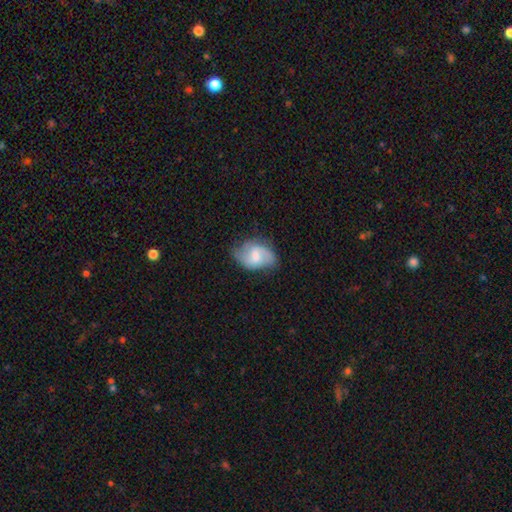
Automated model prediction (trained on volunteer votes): Morphology: type=featured or disk (60%); edge-on=no (97%); bar=weak (58%); spiral arms=yes (88%); winding=medium (45%); arm count=2 (81%); bulge=moderate (44%); merging=none (60%).